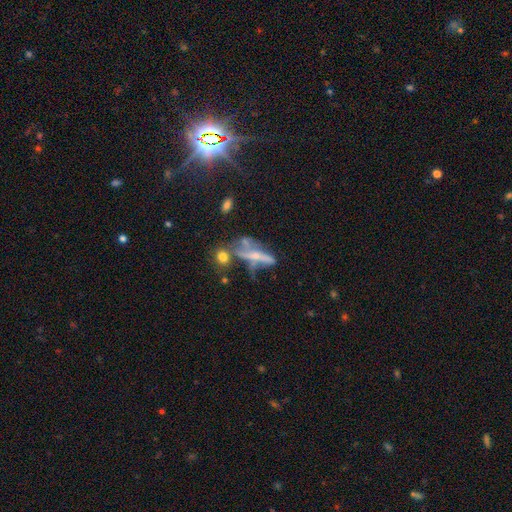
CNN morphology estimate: type=featured or disk (59%); edge-on=no (51%); merging=none (28%, tied with merger).